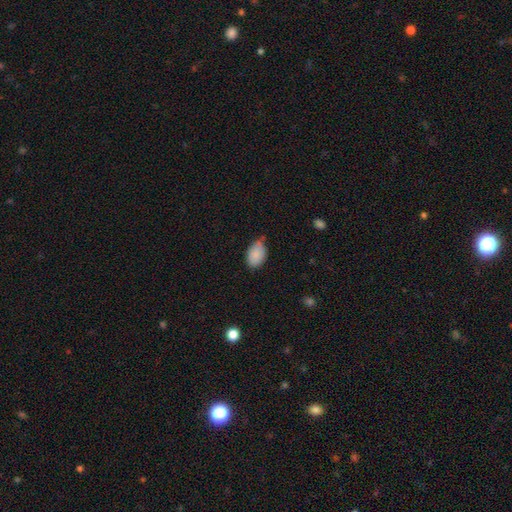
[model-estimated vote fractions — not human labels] Q: Smooth or featured?
A: smooth (87%); runner-up: star or artifact (7%)
Q: How rounded?
A: in between (90%); runner-up: round (9%)
Q: Merging?
A: none (55%); runner-up: minor disturbance (35%)